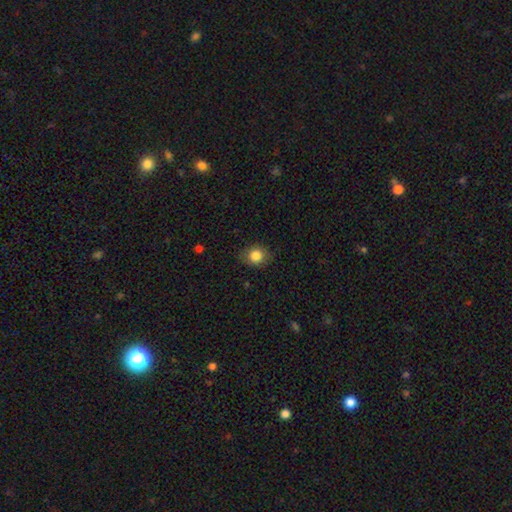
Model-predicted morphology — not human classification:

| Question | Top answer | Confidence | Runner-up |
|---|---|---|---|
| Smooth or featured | smooth | 84% | star or artifact (10%) |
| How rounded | round | 66% | in between (33%) |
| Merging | none | 82% | minor disturbance (14%) |